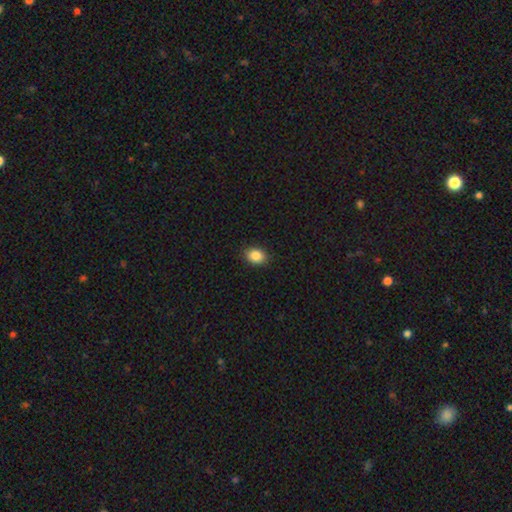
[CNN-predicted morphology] smooth 87%, star or artifact 9%, featured or disk 4%. Down the decision tree: how rounded — in between (66%); merging — none (88%).